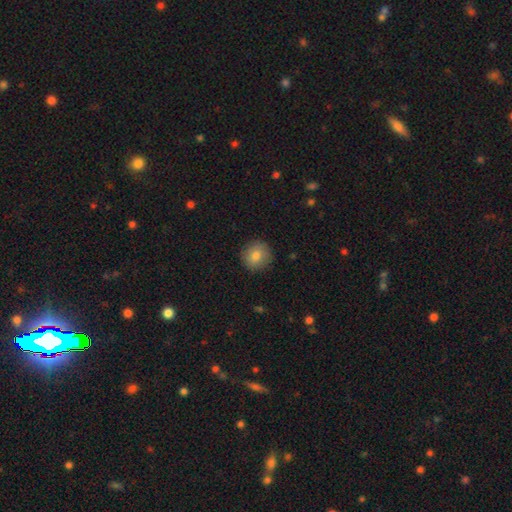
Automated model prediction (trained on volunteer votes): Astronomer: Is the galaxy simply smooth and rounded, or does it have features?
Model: smooth — 81%.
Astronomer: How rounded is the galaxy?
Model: round — 92%.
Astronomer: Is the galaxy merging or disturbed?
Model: none — 89%.